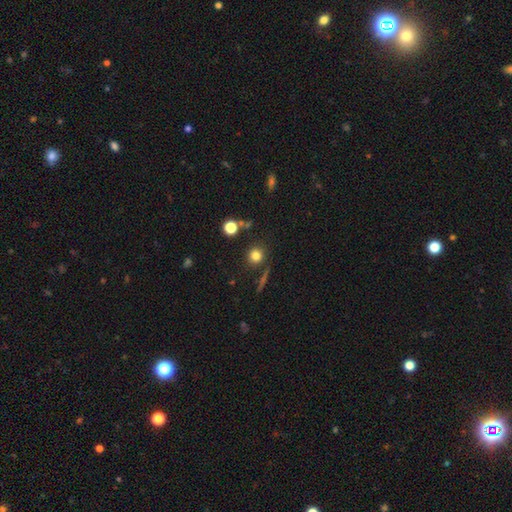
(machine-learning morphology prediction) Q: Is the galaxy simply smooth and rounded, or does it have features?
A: smooth — 79%.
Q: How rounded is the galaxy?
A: round — 90%.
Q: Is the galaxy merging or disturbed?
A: none — 83%.